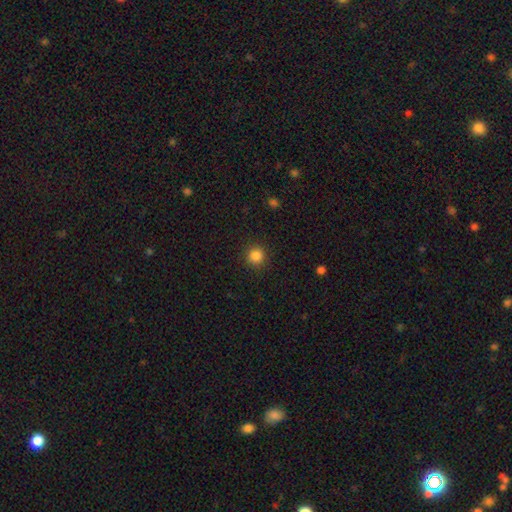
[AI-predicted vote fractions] A smooth galaxy with no disk features (86%) that is round (94%). Merging: none (91%).